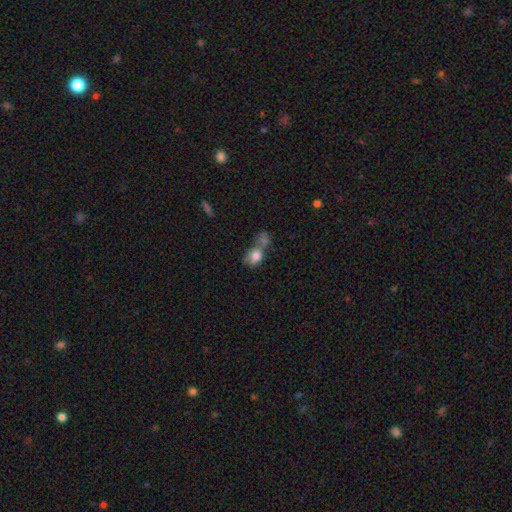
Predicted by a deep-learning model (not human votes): smooth-or-featured: smooth: 78% | featured or disk: 13% | star or artifact: 9%
  how-rounded: in between: 57% | round: 41% | cigar-shaped: 2%
  merging: merger: 55% | none: 26% | minor disturbance: 12% | major disturbance: 7%